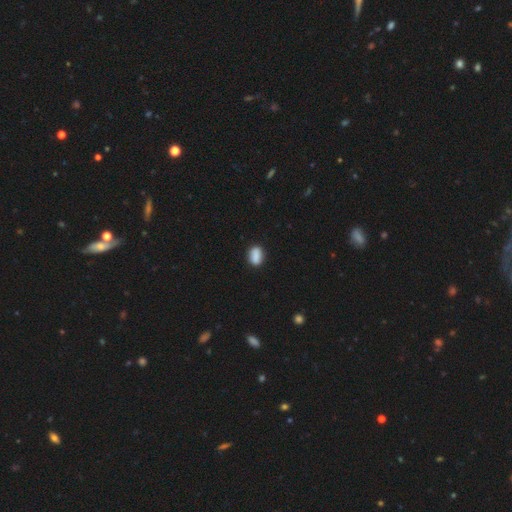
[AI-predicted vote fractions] A smooth galaxy with no disk features (86%) that is in between round and cigar-shaped (79%). Merging: none (82%).